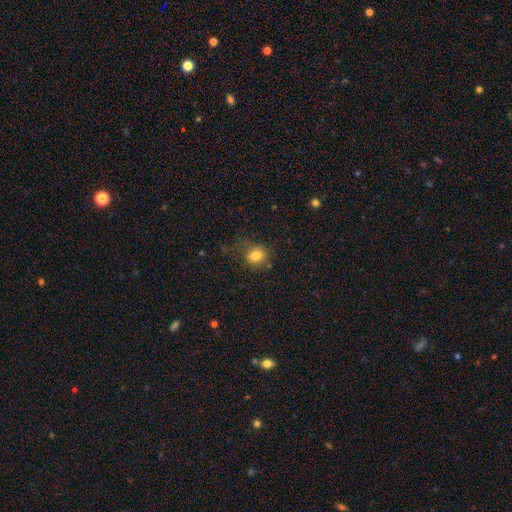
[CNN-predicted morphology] Smooth or featured?
  - smooth: 80% *
  - star or artifact: 12%
  - featured or disk: 8%
How rounded?
  - round: 57% *
  - in between: 42%
  - cigar-shaped: 1%
Merging?
  - none: 71% *
  - minor disturbance: 19%
  - major disturbance: 8%
  - merger: 2%